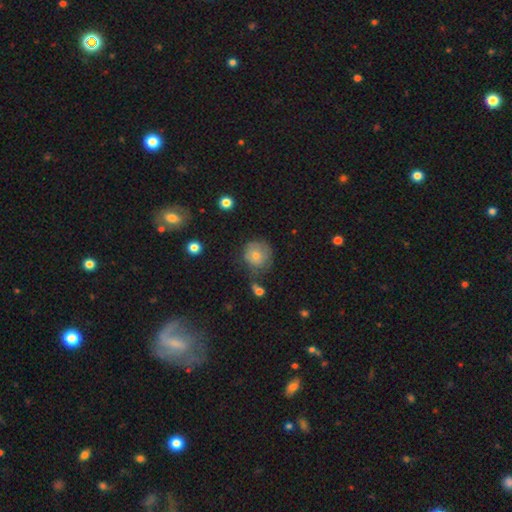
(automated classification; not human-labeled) A smooth galaxy with no disk features (64%) that is round (88%). Merging: none (61%).